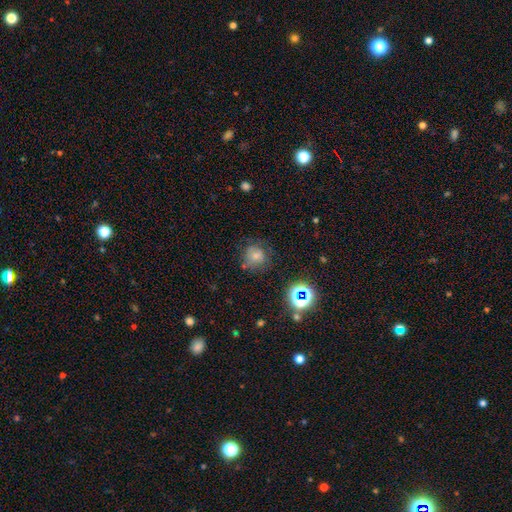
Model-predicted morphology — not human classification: The model was most divided on "merging": none: 64%, minor disturbance: 22%, major disturbance: 9%, merger: 5%. More confident: how rounded — round (83%); smooth or featured — smooth (68%).